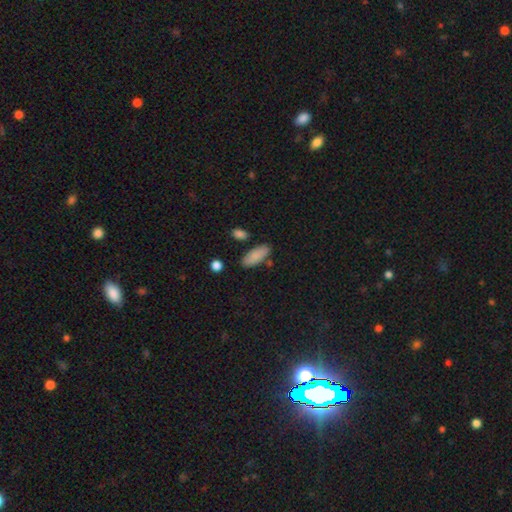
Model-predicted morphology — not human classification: The model was most divided on "merging": none: 77%, minor disturbance: 14%, merger: 6%, major disturbance: 3%. More confident: smooth or featured — smooth (86%); how rounded — in between (83%).